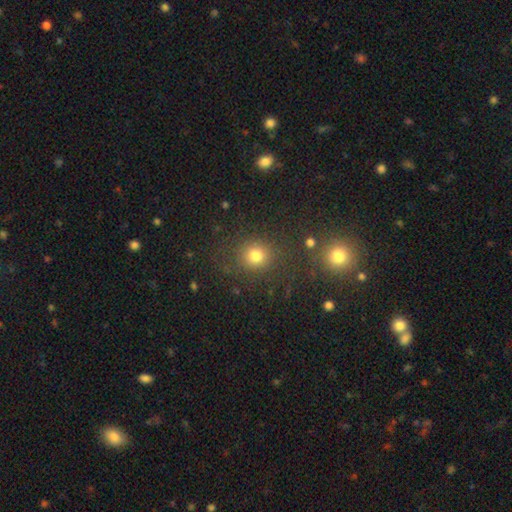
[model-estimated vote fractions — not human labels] This is likely a smooth galaxy (73%). How rounded: clearly round (80%). Merging: likely none (79%).